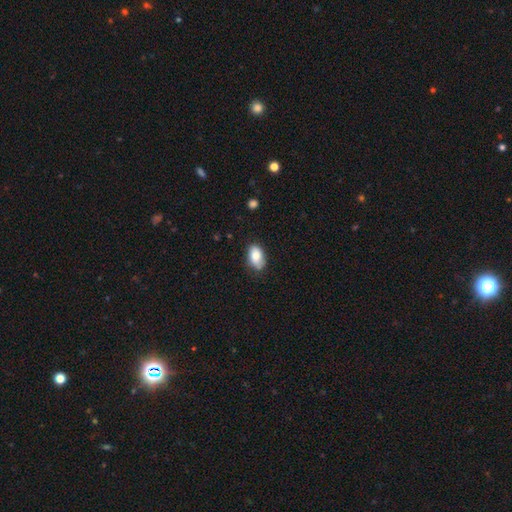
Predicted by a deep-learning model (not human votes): Morphology: type=smooth (80%); roundness=in between (91%); merging=none (72%).